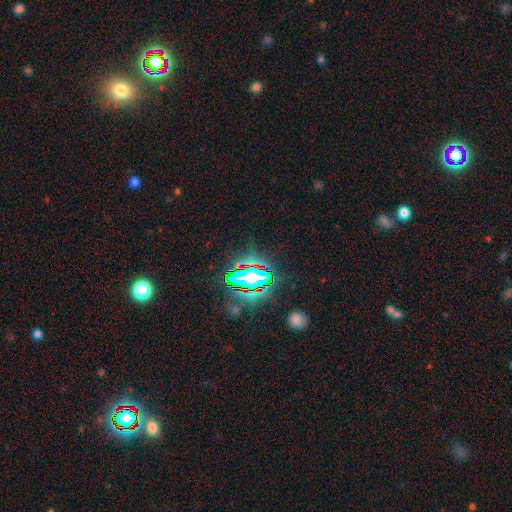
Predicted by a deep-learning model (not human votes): Smooth or featured: star or artifact — 82% (smooth — 10%)